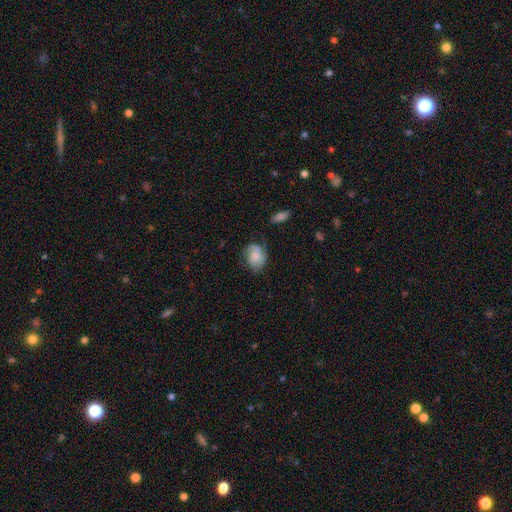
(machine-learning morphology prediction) smooth_or_featured: smooth (p=0.56) [alt: featured or disk p=0.36]
how_rounded: in between (p=0.56) [alt: round p=0.43]
merging: none (p=0.53) [alt: minor disturbance p=0.28]